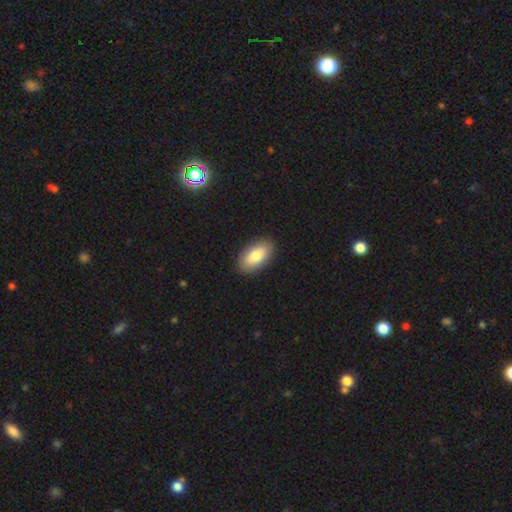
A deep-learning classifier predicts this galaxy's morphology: Smooth or featured? Predicted: smooth (p=0.81). How rounded? Predicted: in between (p=0.94). Merging? Predicted: none (p=0.90).